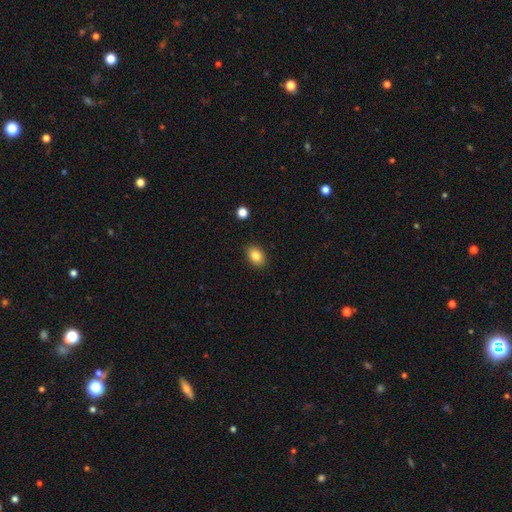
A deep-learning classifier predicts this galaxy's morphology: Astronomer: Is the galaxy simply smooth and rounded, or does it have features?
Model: smooth — 84%.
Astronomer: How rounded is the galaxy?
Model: in between — 78%.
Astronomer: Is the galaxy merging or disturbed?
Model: none — 87%.